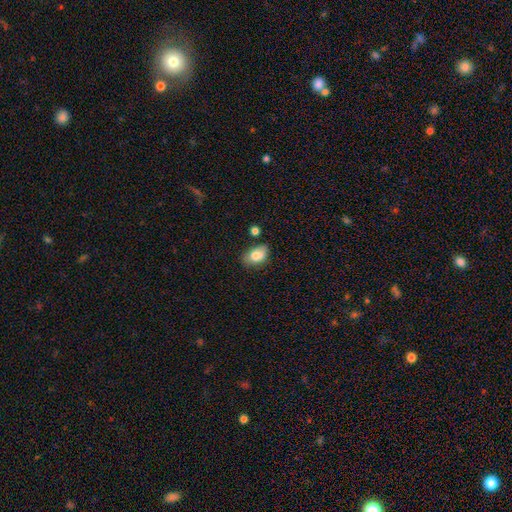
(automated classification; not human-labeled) The model was most divided on "merging": none: 63%, minor disturbance: 24%, merger: 8%, major disturbance: 5%. More confident: how rounded — in between (88%); smooth or featured — smooth (81%).